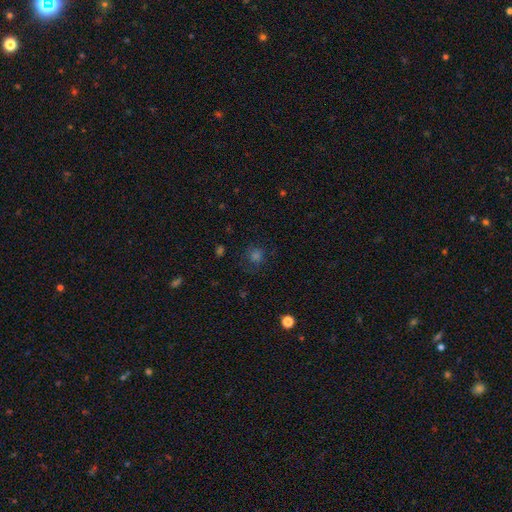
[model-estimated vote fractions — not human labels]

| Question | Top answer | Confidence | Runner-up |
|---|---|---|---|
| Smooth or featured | smooth | 58% | star or artifact (32%) |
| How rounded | round | 87% | in between (12%) |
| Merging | none | 76% | minor disturbance (14%) |